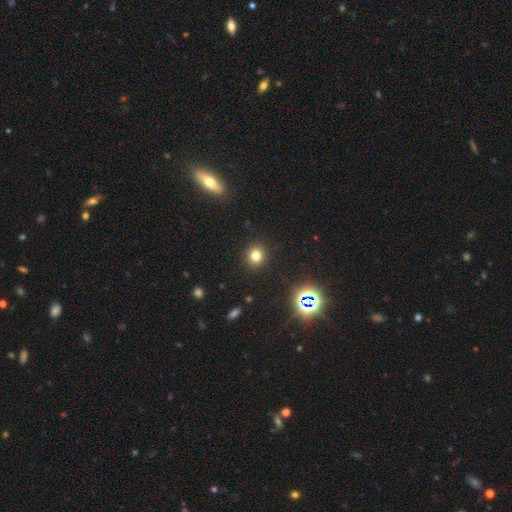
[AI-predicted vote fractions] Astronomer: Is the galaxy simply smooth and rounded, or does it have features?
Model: smooth — 76%.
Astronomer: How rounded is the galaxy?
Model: round — 76%.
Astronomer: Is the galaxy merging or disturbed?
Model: none — 90%.